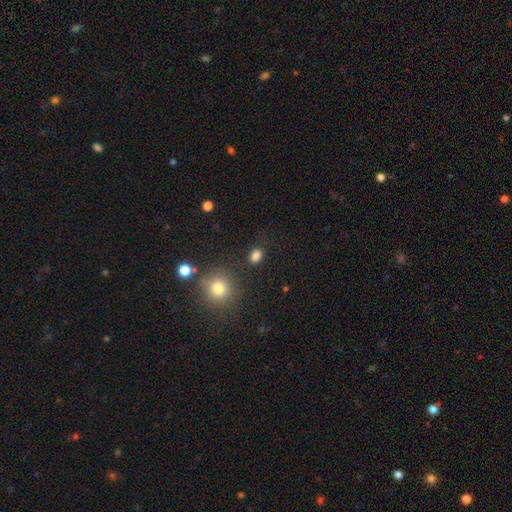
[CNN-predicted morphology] Smooth or featured?
  - smooth: 83% *
  - star or artifact: 13%
  - featured or disk: 4%
How rounded?
  - in between: 64% *
  - round: 34%
  - cigar-shaped: 2%
Merging?
  - none: 83% *
  - minor disturbance: 10%
  - major disturbance: 4%
  - merger: 3%